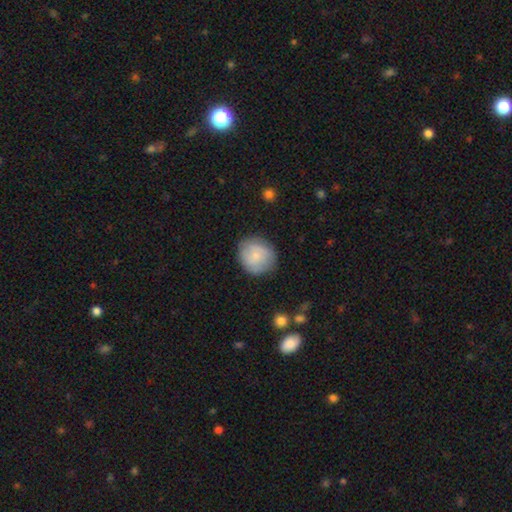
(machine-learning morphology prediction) This appears to be a smooth galaxy with no disk features (74%) that is round (85%). Merging: none (79%).